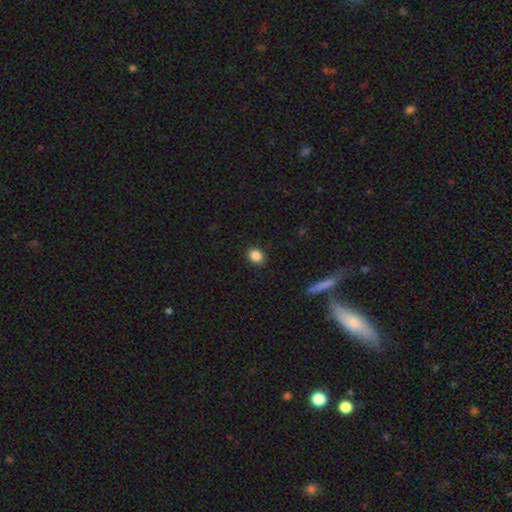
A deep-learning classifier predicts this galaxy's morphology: A smooth galaxy with no disk features (87%) that is round (50%). Merging: none (87%).